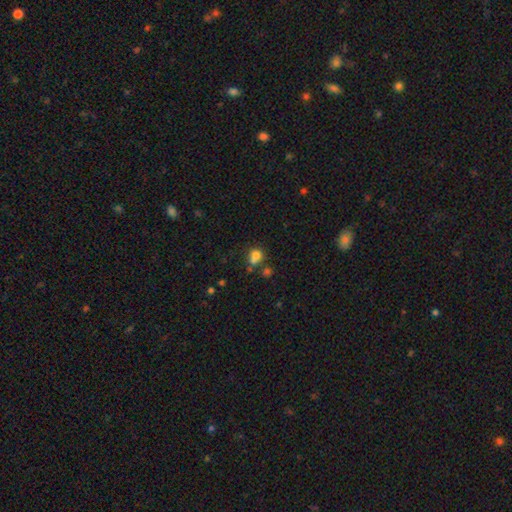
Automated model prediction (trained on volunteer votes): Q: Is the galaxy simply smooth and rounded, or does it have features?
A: smooth — 76%.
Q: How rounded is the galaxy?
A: round — 66%.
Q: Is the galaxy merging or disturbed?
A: none — 45%.